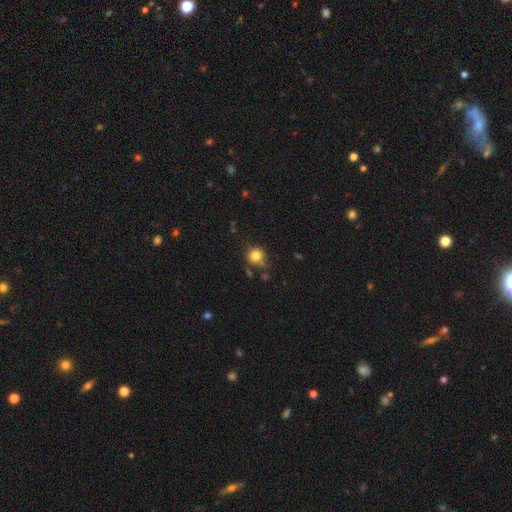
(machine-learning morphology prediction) This appears to be a smooth galaxy with no disk features (82%) that is round (87%). Merging: none (68%).